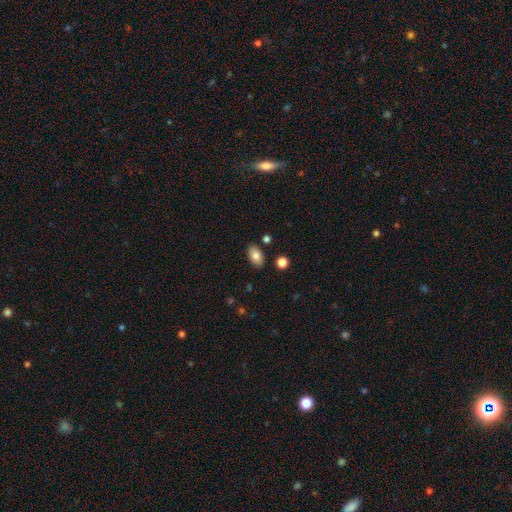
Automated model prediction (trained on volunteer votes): Morphology: type=smooth (82%); roundness=in between (92%); merging=none (85%).